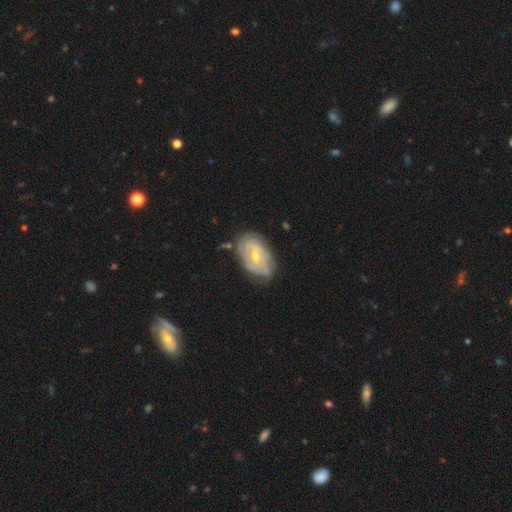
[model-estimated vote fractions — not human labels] featured or disk 71%, smooth 23%, star or artifact 6%. Down the decision tree: edge-on disk — no (95%); bar — no (46%); spiral arms — yes (70%); bulge size — moderate (59%); merging — none (69%).